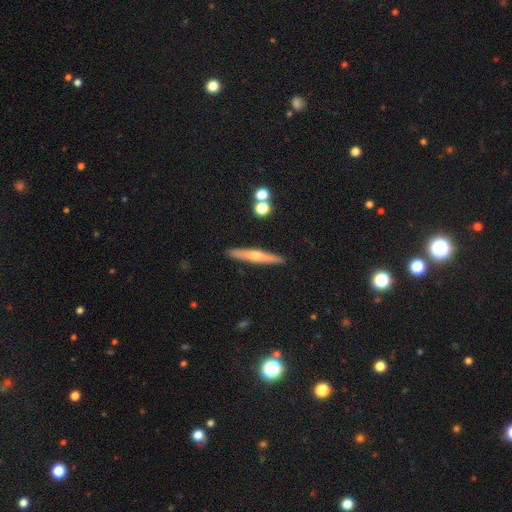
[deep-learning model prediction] A featured or disk galaxy (62%) viewed edge-on (96%) with a rounded central bulge (83%). Merging: none (90%).